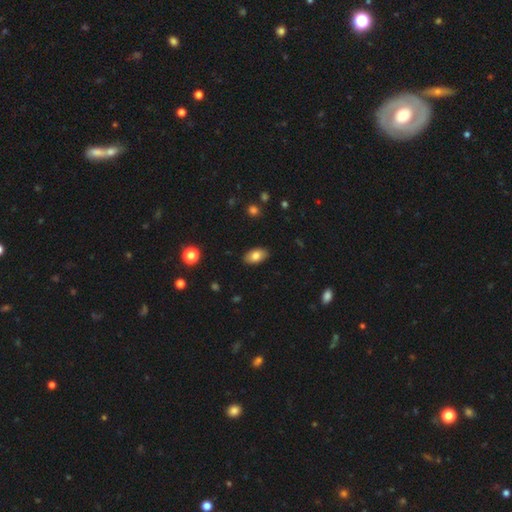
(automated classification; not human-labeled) Q: Smooth or featured?
A: smooth (80%); runner-up: featured or disk (12%)
Q: How rounded?
A: in between (92%); runner-up: round (6%)
Q: Merging?
A: none (88%); runner-up: minor disturbance (9%)